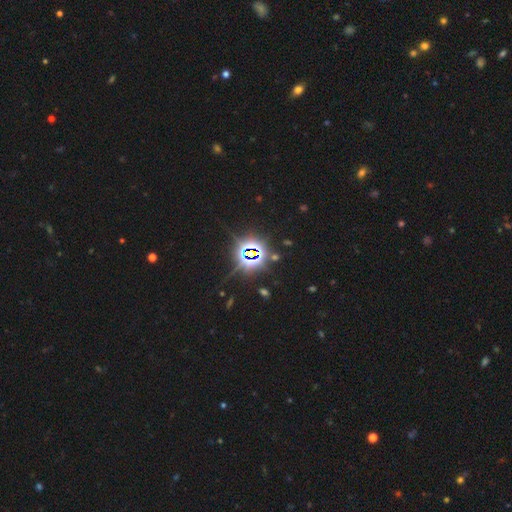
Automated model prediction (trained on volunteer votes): A star or artifact, not a galaxy (83%).